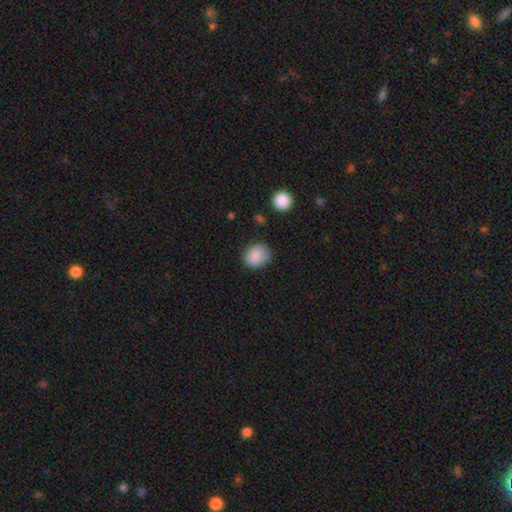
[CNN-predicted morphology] smooth-or-featured: smooth: 86% | star or artifact: 8% | featured or disk: 6%
  how-rounded: round: 65% | in between: 34% | cigar-shaped: 1%
  merging: none: 79% | minor disturbance: 16% | major disturbance: 3% | merger: 2%